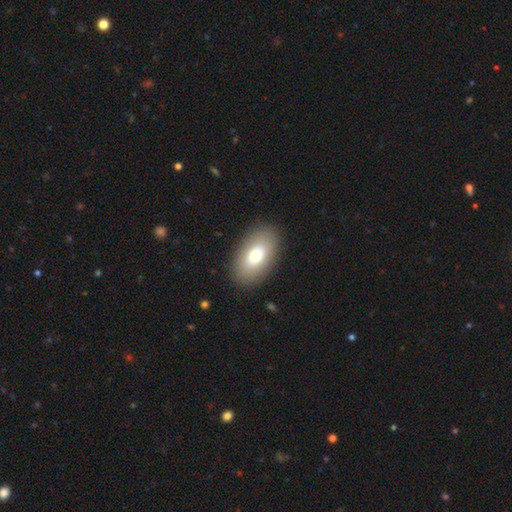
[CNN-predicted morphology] Q: Smooth or featured?
A: smooth (73%); runner-up: featured or disk (20%)
Q: How rounded?
A: in between (93%); runner-up: round (5%)
Q: Merging?
A: none (88%); runner-up: minor disturbance (8%)